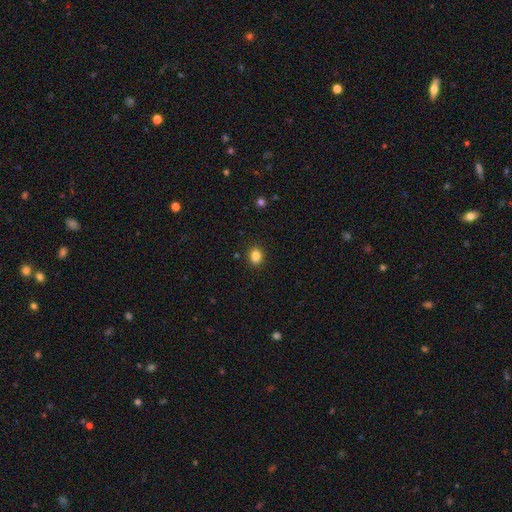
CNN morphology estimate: Smooth or featured? Predicted: smooth (p=0.85). How rounded? Predicted: in between (p=0.55). Merging? Predicted: none (p=0.89).